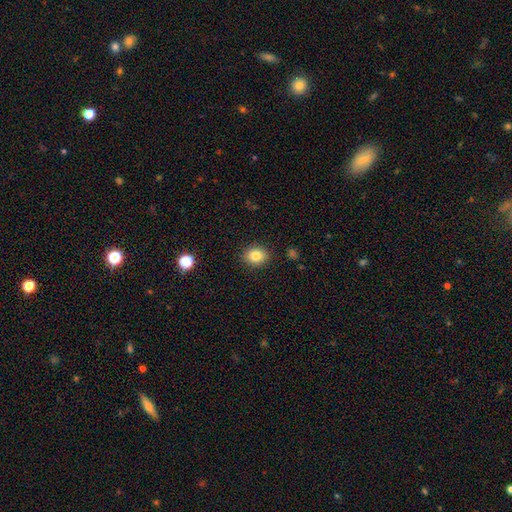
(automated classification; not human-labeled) smooth-or-featured: smooth: 82% | star or artifact: 10% | featured or disk: 7%
  how-rounded: round: 58% | in between: 41% | cigar-shaped: 1%
  merging: none: 89% | minor disturbance: 8% | major disturbance: 2% | merger: 1%